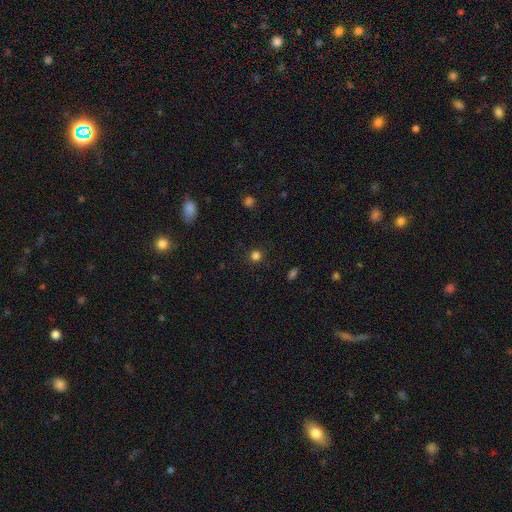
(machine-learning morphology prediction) This appears to be a smooth galaxy with no disk features (80%) that is round (92%). Merging: none (90%).